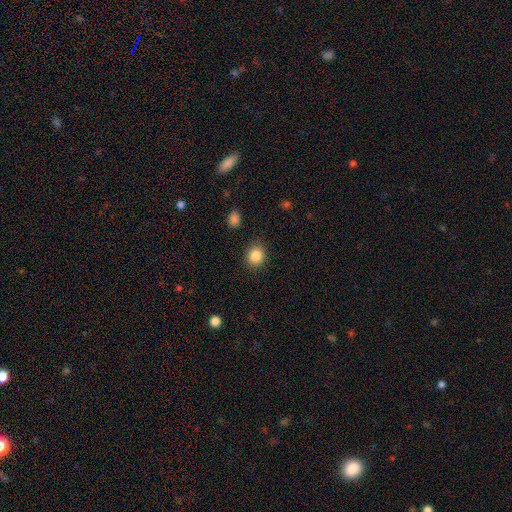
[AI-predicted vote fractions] Smooth or featured? Predicted: smooth (p=0.86). How rounded? Predicted: round (p=0.75). Merging? Predicted: none (p=0.86).